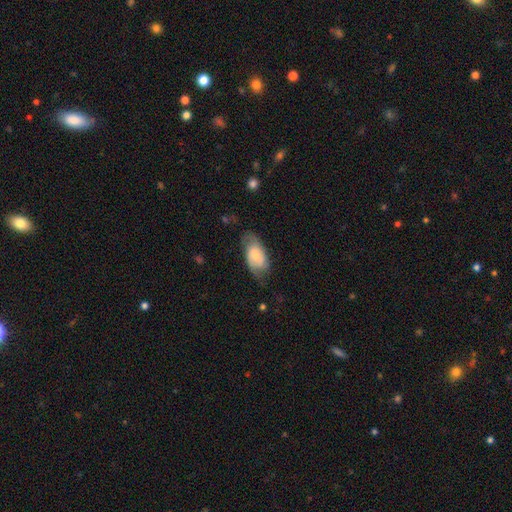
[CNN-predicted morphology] Smooth or featured: smooth — 54% (featured or disk — 39%)
How rounded: in between — 93% (round — 5%)
Merging: none — 54% (minor disturbance — 30%)